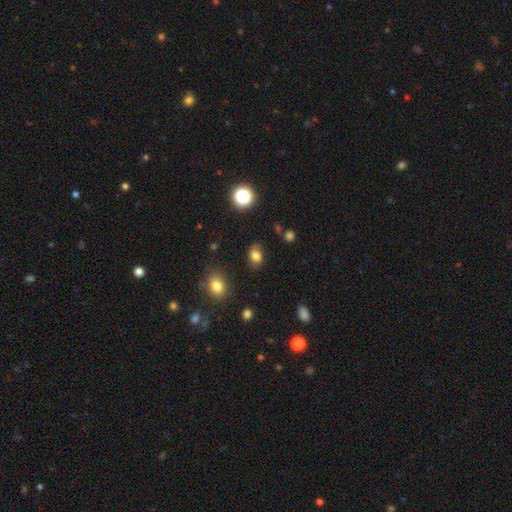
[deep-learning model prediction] Smooth or featured? smooth (77%)
How rounded? in between (69%)
Merging? none (73%)